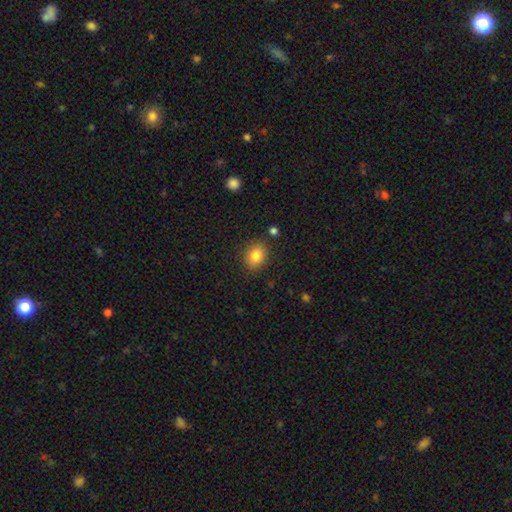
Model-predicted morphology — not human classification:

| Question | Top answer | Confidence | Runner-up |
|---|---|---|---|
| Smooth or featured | smooth | 83% | star or artifact (9%) |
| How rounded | in between | 54% | round (45%) |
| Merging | none | 85% | minor disturbance (10%) |